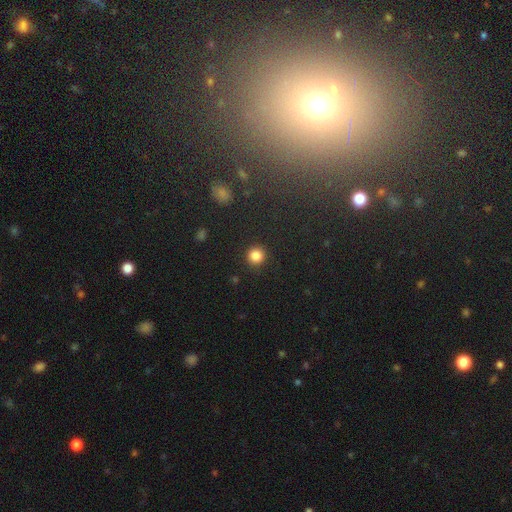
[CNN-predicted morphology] smooth 85%, star or artifact 11%, featured or disk 4%. Down the decision tree: how rounded — round (94%); merging — none (91%).